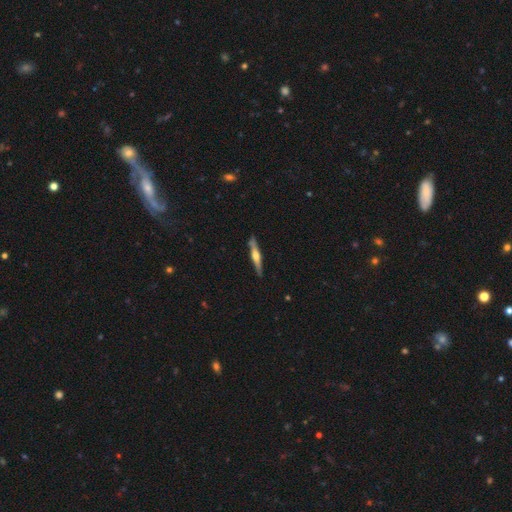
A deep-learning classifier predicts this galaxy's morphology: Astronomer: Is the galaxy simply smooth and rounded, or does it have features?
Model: featured or disk — 65%.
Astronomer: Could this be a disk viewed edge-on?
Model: yes — 96%.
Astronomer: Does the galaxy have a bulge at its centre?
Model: rounded — 88%.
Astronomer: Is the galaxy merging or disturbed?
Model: none — 88%.